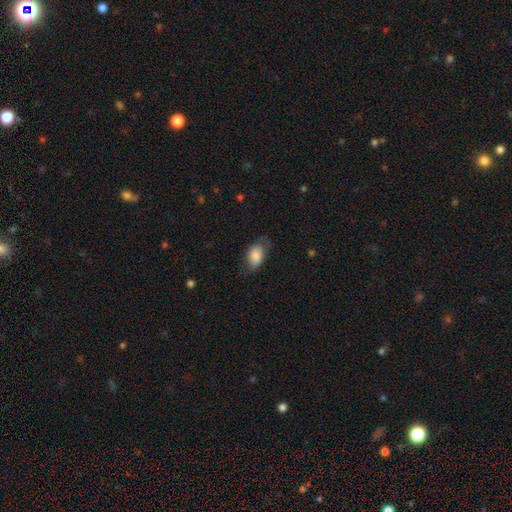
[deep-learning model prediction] The model was most divided on "merging": none: 61%, minor disturbance: 25%, major disturbance: 12%, merger: 1%. More confident: how rounded — in between (85%); smooth or featured — smooth (77%).